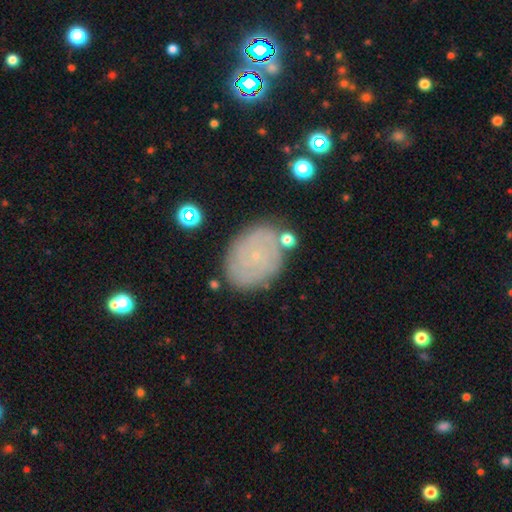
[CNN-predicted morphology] smooth_or_featured: featured or disk (p=0.60) [alt: smooth p=0.30]
disk_edge_on: no (p=0.96) [alt: yes p=0.04]
bar: no (p=0.87) [alt: weak p=0.11]
has_spiral_arms: yes (p=0.76) [alt: no p=0.24]
bulge_size: small (p=0.90) [alt: moderate p=0.06]
merging: none (p=0.80) [alt: minor disturbance p=0.14]